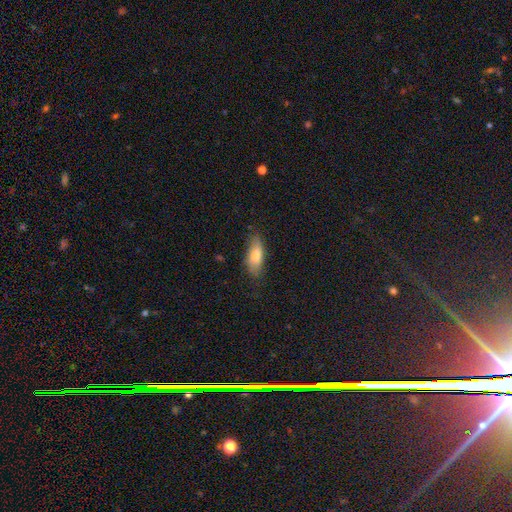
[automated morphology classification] Overall: smooth (74%). How rounded: in between (71%). Merging: none (73%).